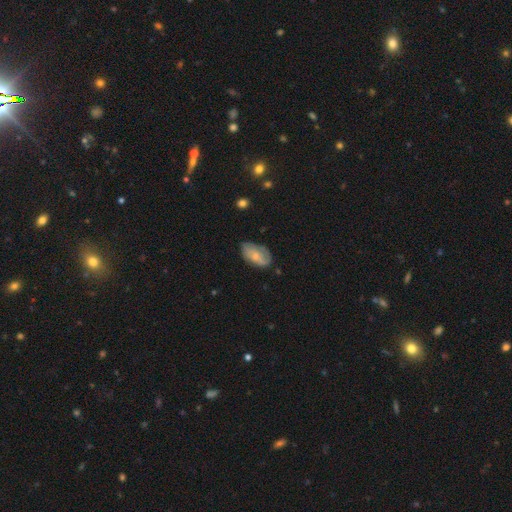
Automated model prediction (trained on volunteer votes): smooth 55%, featured or disk 38%, star or artifact 7%. Down the decision tree: how rounded — in between (92%); merging — none (59%).